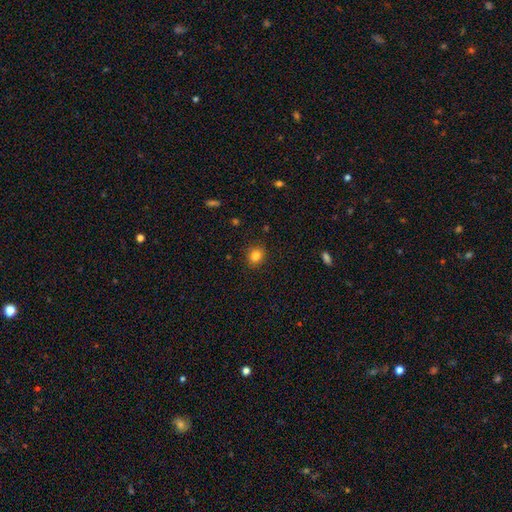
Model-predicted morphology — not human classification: This is clearly a smooth galaxy (83%). How rounded: likely round (75%). Merging: clearly none (90%).